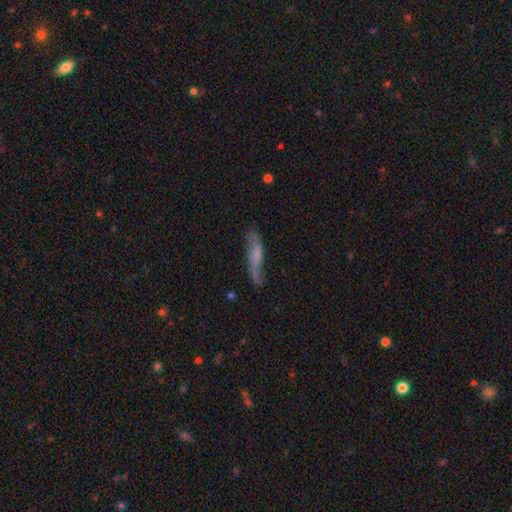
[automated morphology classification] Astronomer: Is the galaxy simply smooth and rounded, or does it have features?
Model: featured or disk — 52% (runner-up: smooth, 41%).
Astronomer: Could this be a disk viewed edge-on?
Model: no — 57% (runner-up: yes, 43%).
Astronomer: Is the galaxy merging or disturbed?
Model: none — 64%.